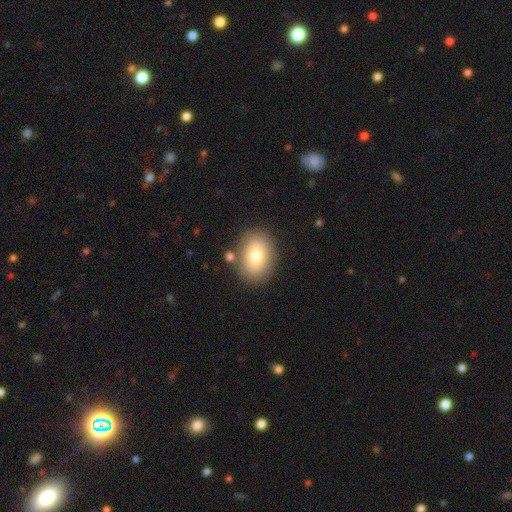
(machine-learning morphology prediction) A smooth galaxy with no disk features (76%) that is in between round and cigar-shaped (78%).

Vote fractions:
- Smooth or featured? smooth: 76% / featured or disk: 16% / star or artifact: 8%
- How rounded? in between: 78% / round: 21% / cigar-shaped: 1%
- Merging? none: 82% / minor disturbance: 11% / merger: 4% / major disturbance: 3%